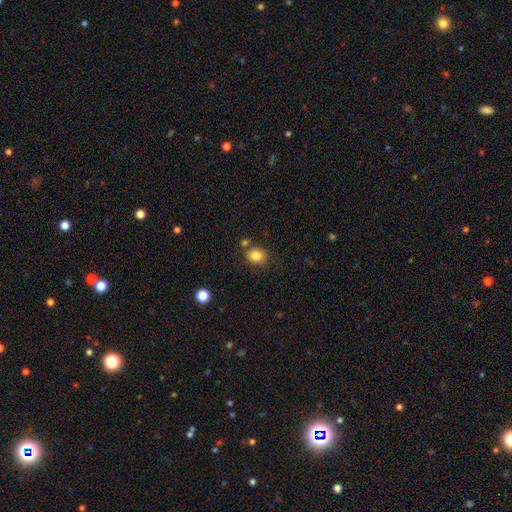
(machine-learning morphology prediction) smooth_or_featured: smooth (p=0.84) [alt: star or artifact p=0.11]
how_rounded: round (p=0.65) [alt: in between p=0.34]
merging: none (p=0.75) [alt: minor disturbance p=0.12]